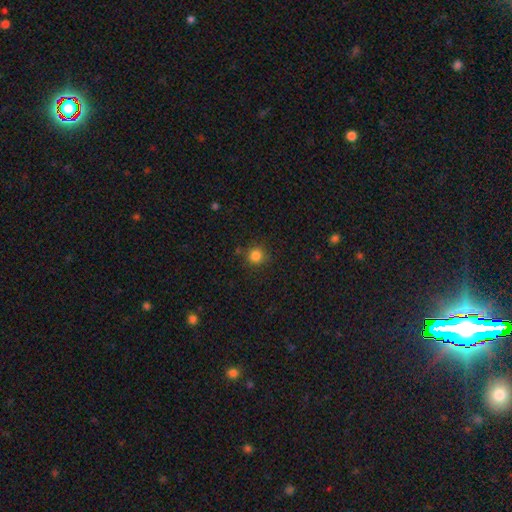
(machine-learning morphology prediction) Smooth or featured?
  - smooth: 83% *
  - star or artifact: 13%
  - featured or disk: 4%
How rounded?
  - round: 92% *
  - in between: 7%
  - cigar-shaped: 1%
Merging?
  - none: 85% *
  - minor disturbance: 9%
  - merger: 3%
  - major disturbance: 3%